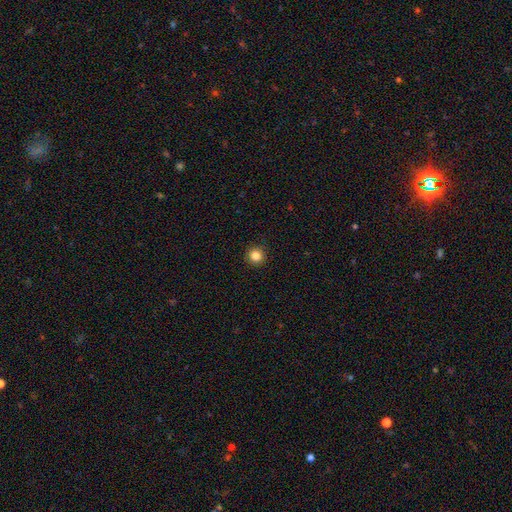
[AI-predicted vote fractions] The model was most divided on "smooth or featured": smooth: 85%, star or artifact: 11%, featured or disk: 4%. More confident: how rounded — round (95%); merging — none (93%).